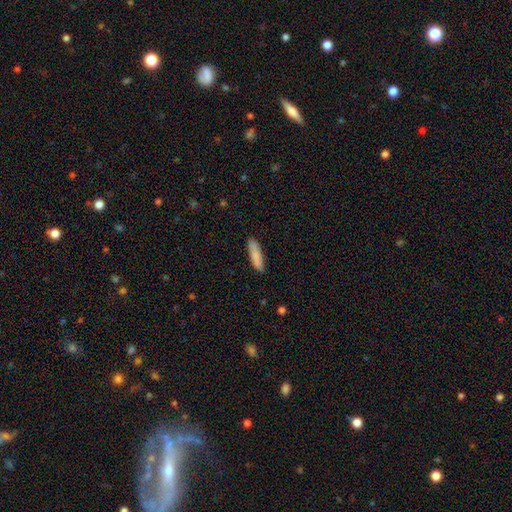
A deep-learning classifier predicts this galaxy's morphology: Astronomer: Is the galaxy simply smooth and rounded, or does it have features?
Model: smooth — 86%.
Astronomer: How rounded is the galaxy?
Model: cigar-shaped — 76%.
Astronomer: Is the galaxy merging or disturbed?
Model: none — 85%.